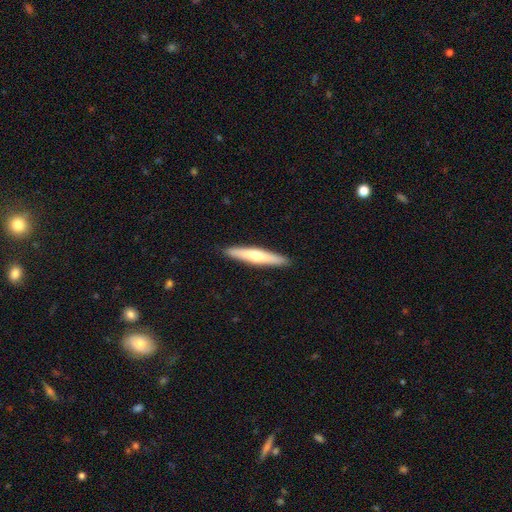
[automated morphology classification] smooth_or_featured: smooth (p=0.51) [alt: featured or disk p=0.44]
how_rounded: cigar-shaped (p=0.90) [alt: in between p=0.08]
merging: none (p=0.91) [alt: minor disturbance p=0.07]